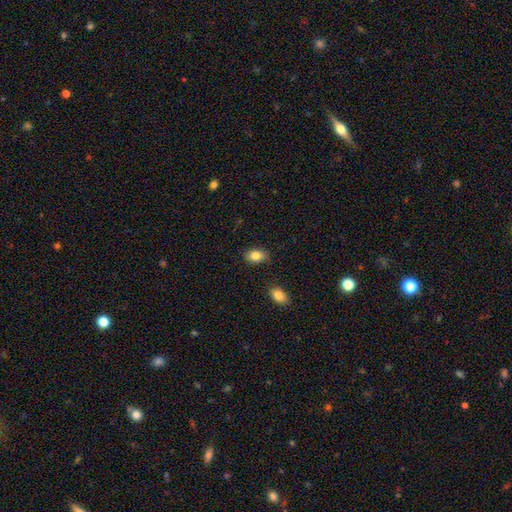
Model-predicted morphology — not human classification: smooth-or-featured: smooth: 83% | featured or disk: 9% | star or artifact: 8%
  how-rounded: in between: 83% | round: 15% | cigar-shaped: 2%
  merging: none: 84% | minor disturbance: 11% | major disturbance: 2% | merger: 2%